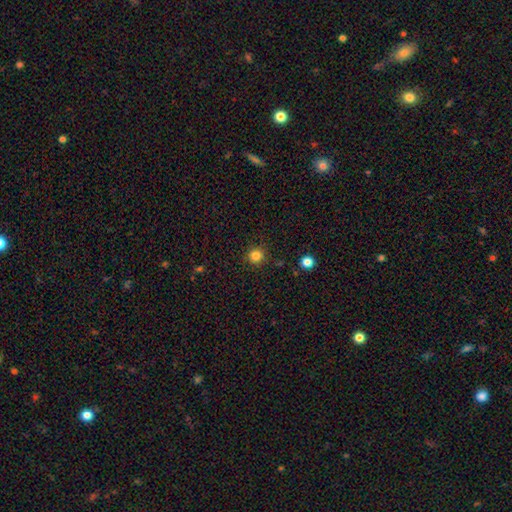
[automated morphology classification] A smooth galaxy with no disk features (83%) that is round (94%).

Vote fractions:
- Smooth or featured? smooth: 83% / star or artifact: 13% / featured or disk: 4%
- How rounded? round: 94% / in between: 5% / cigar-shaped: 1%
- Merging? none: 91% / minor disturbance: 6% / major disturbance: 2% / merger: 1%